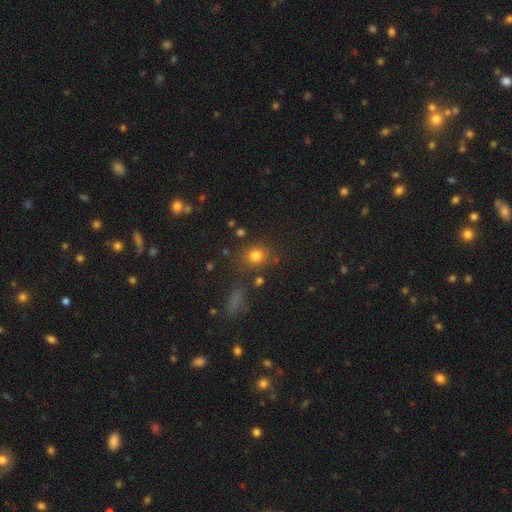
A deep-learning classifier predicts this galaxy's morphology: This is likely a smooth galaxy (78%). How rounded: likely round (78%). Merging: likely none (76%).